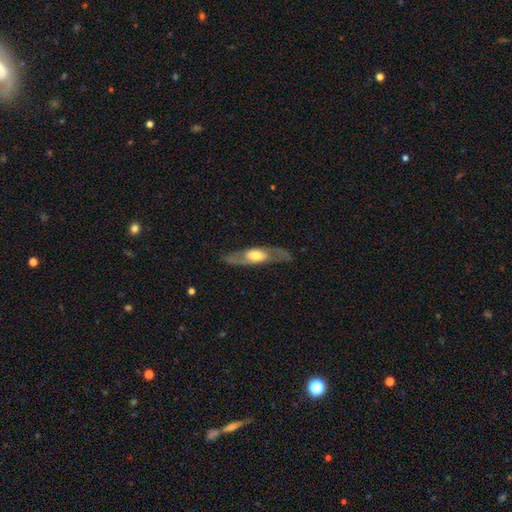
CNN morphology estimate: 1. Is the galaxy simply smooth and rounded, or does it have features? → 70% featured or disk, 25% smooth, 5% star or artifact.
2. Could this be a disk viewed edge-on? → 63% no, 37% yes.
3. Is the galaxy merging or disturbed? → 77% none, 14% minor disturbance, 8% major disturbance, 1% merger.